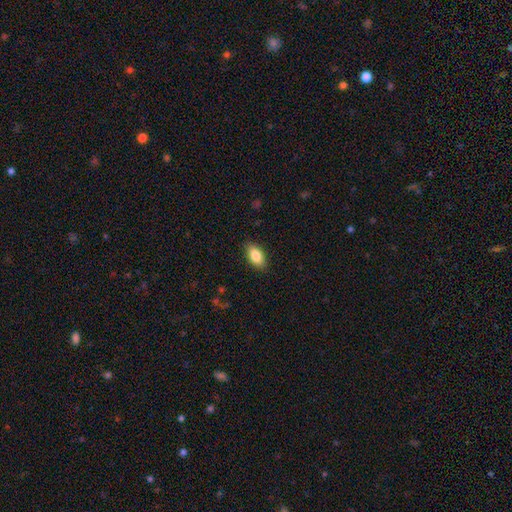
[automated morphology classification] type=smooth (85%); roundness=in between (91%); merging=none (87%).